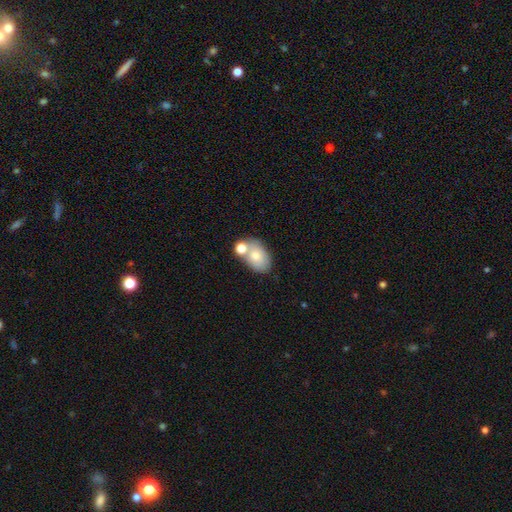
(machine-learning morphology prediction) A smooth galaxy with no disk features (73%) that is in between round and cigar-shaped (86%).

Vote fractions:
- Smooth or featured? smooth: 73% / featured or disk: 19% / star or artifact: 8%
- How rounded? in between: 86% / round: 13% / cigar-shaped: 1%
- Merging? none: 51% / merger: 29% / minor disturbance: 15% / major disturbance: 5%